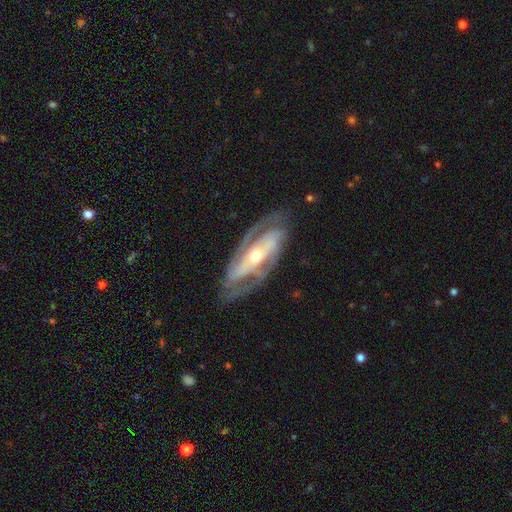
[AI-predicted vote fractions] A featured or disk galaxy (90%) with a strong bar (48%), 2 (85%) medium (44%, tied with tight) spiral arms (96%) and a moderate central bulge (56%).

Vote fractions:
- Smooth or featured? featured or disk: 90% / smooth: 6% / star or artifact: 4%
- Edge-on disk? no: 92% / yes: 8%
- Bar? strong: 48% / no: 27% / weak: 25%
- Spiral arms? yes: 96% / no: 4%
- Spiral winding? medium: 44% (tied) / tight: 44% (tied) / loose: 11%
- Spiral arm count? 2: 85% / can't tell: 5% / 3: 5% / 1: 2% / 4: 1% / more than 4: 1%
- Bulge size? moderate: 56% / small: 38% / large: 4% / none: 1% / dominant: 1%
- Merging? none: 77% / minor disturbance: 15% / major disturbance: 7% / merger: 1%